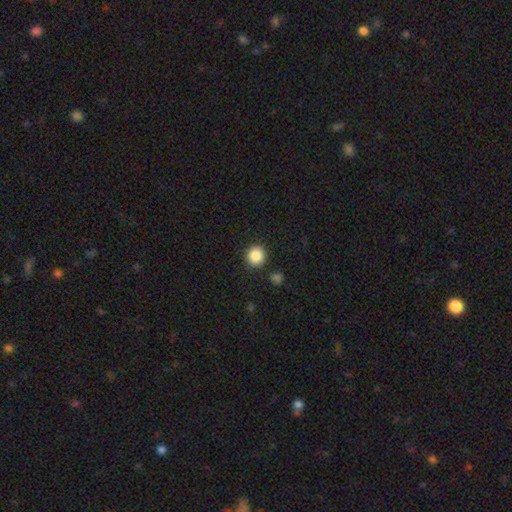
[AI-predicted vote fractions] Smooth or featured? smooth (87%)
How rounded? round (93%)
Merging? none (88%)